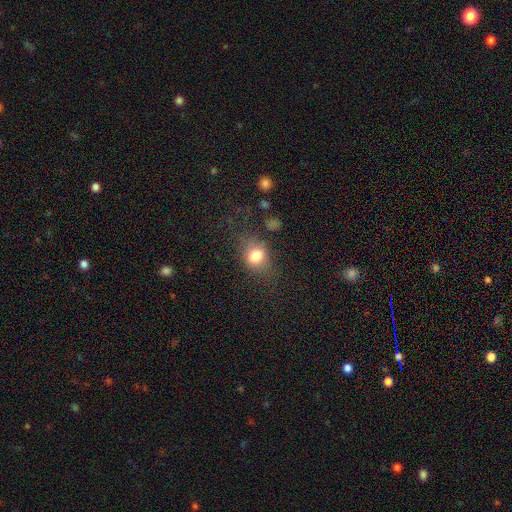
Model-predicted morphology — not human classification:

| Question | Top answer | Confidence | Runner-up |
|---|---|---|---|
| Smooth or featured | smooth | 72% | featured or disk (16%) |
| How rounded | in between | 53% | round (45%) |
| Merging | none | 63% | minor disturbance (21%) |